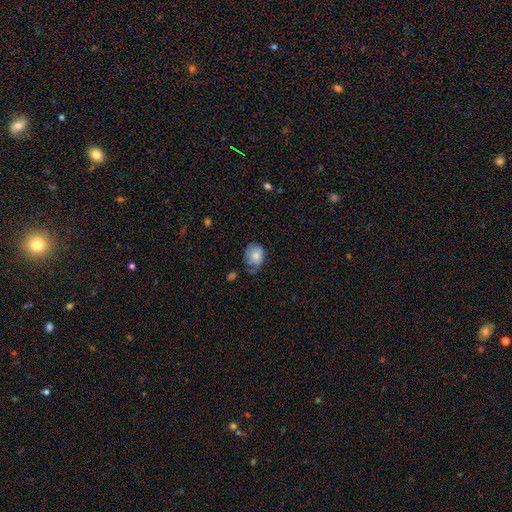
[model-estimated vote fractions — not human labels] A smooth galaxy with no disk features (73%) that is round (50%).

Vote fractions:
- Smooth or featured? smooth: 73% / featured or disk: 19% / star or artifact: 8%
- How rounded? round: 50% / in between: 49% / cigar-shaped: 1%
- Merging? none: 46% / minor disturbance: 36% / major disturbance: 14% / merger: 5%